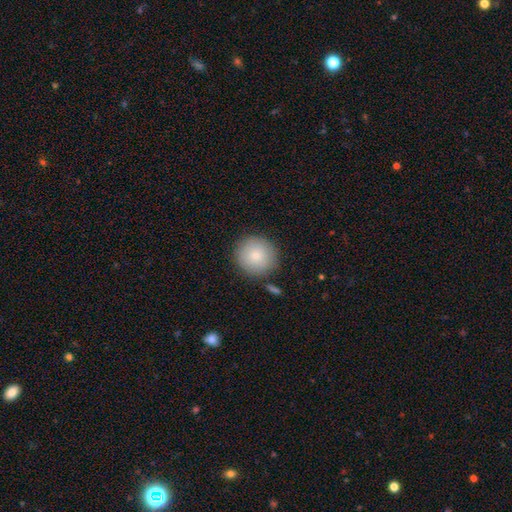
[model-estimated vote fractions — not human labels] A smooth galaxy with no disk features (83%) that is round (94%). Merging: none (85%).